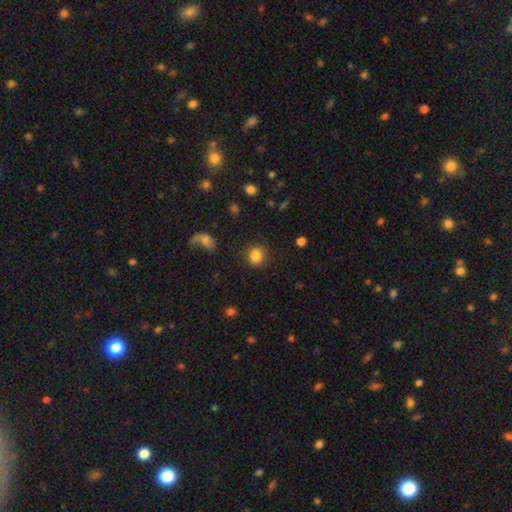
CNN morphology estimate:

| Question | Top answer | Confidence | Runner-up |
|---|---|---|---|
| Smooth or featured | smooth | 85% | star or artifact (9%) |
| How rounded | round | 85% | in between (14%) |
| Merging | none | 87% | minor disturbance (7%) |